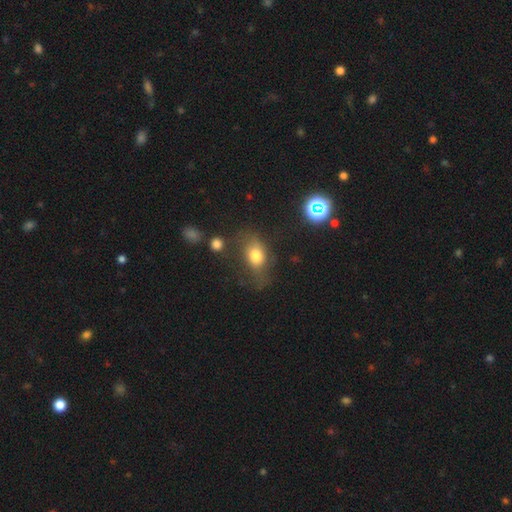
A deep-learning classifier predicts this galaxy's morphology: The model was most divided on "merging": none: 51%, minor disturbance: 25%, major disturbance: 19%, merger: 5%. More confident: how rounded — in between (74%); smooth or featured — smooth (73%).